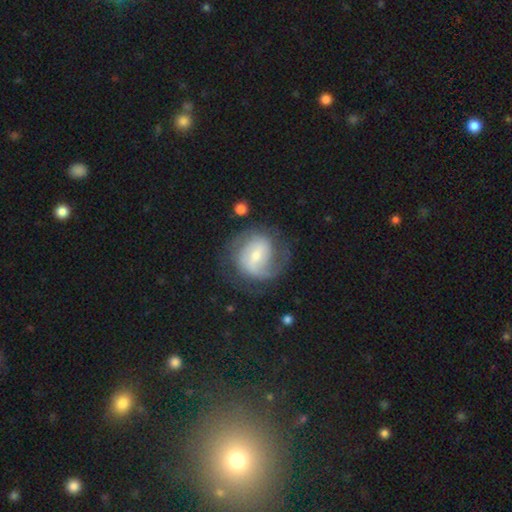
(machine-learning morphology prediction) type=featured or disk (76%); edge-on=no (98%); bar=weak (52%); spiral arms=yes (91%); winding=medium (43%); arm count=2 (57%); bulge=small (53%); merging=none (64%).